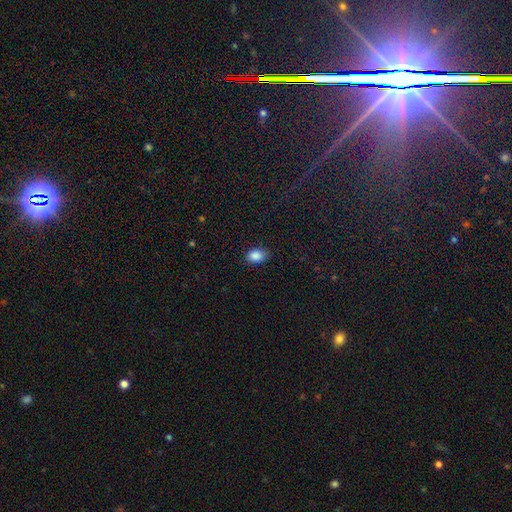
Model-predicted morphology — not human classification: A smooth galaxy with no disk features (88%) that is in between round and cigar-shaped (79%). Merging: none (85%).